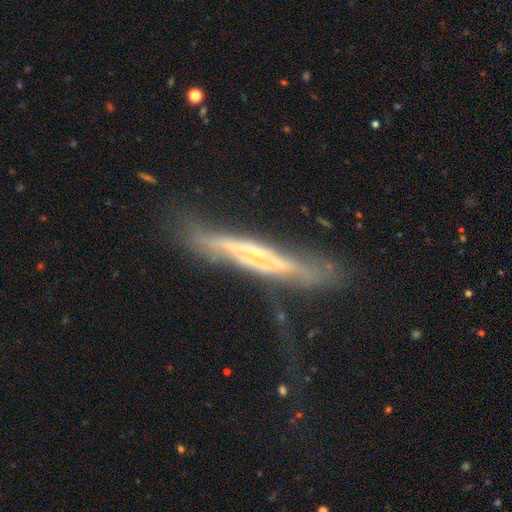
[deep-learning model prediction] The model was most divided on "edge-on bulge": none: 47%, rounded: 36%, boxy: 17%. Remaining: edge-on disk — yes (80%); smooth or featured — featured or disk (75%); merging — none (43%).